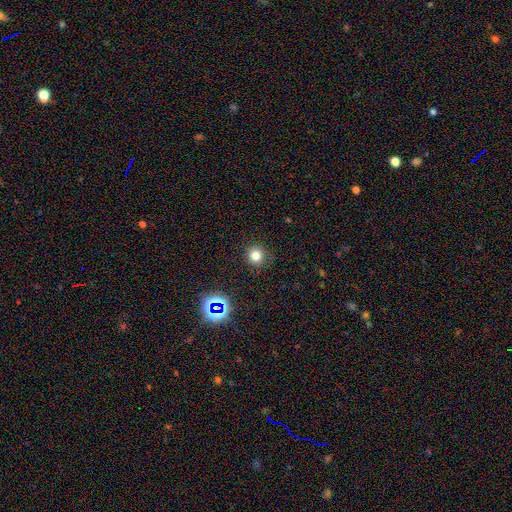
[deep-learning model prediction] Smooth or featured? Predicted: smooth (p=0.76). How rounded? Predicted: round (p=0.92). Merging? Predicted: none (p=0.87).